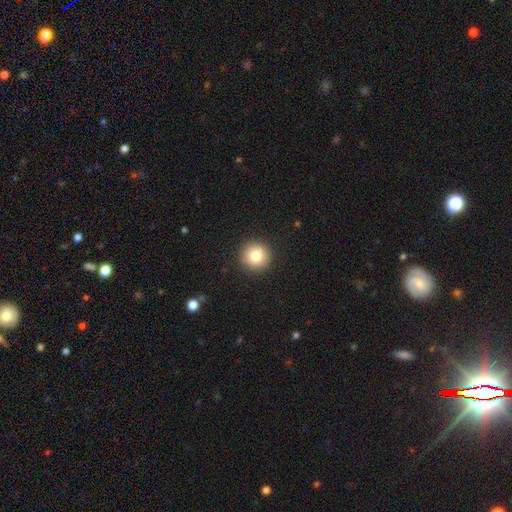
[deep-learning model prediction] Morphology: type=smooth (83%); roundness=round (95%); merging=none (92%).